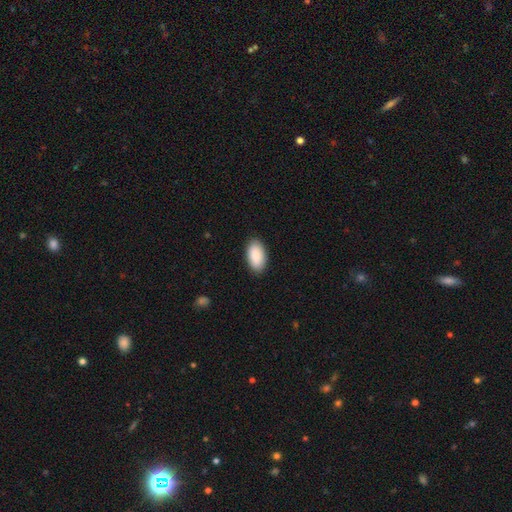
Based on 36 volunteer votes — Morphology: type=smooth (94%); roundness=in between (100%); merging=none (85%).